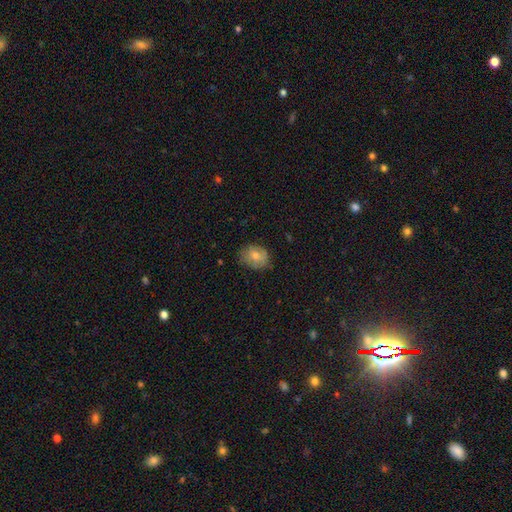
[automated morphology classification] smooth 66%, featured or disk 22%, star or artifact 12%. Down the decision tree: how rounded — in between (52%); merging — none (76%).